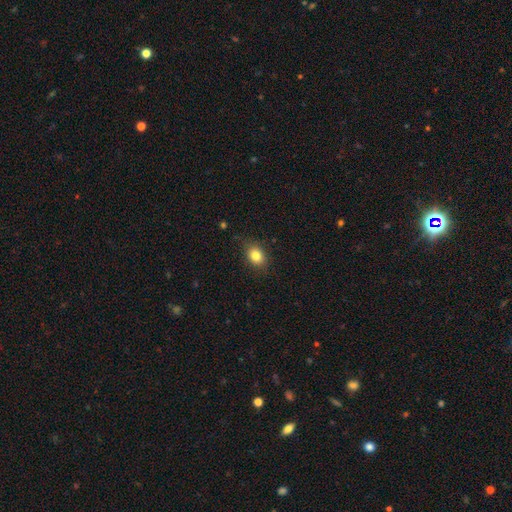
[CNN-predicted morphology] Smooth or featured: smooth — 83% (star or artifact — 10%)
How rounded: in between — 62% (round — 37%)
Merging: none — 83% (minor disturbance — 13%)